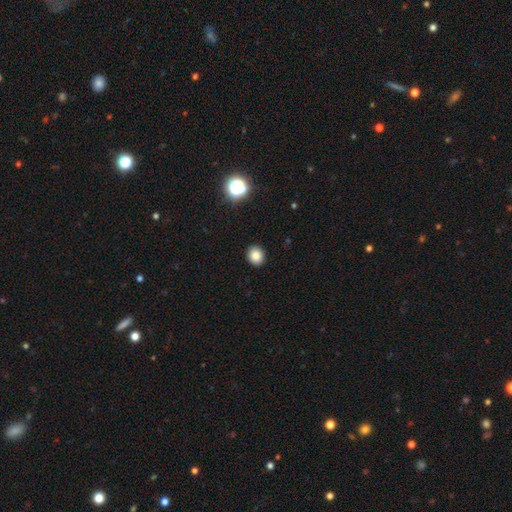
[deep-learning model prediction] This is clearly a smooth galaxy (84%). How rounded: likely round (72%). Merging: clearly none (91%).